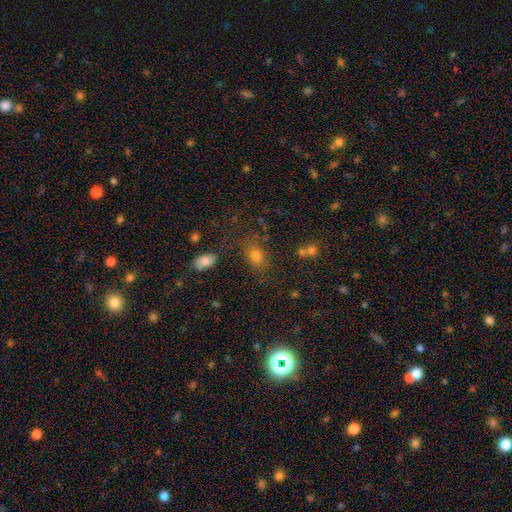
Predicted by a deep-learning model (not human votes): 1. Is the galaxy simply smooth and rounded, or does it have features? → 71% smooth, 19% star or artifact, 10% featured or disk.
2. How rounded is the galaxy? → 66% in between, 32% round, 2% cigar-shaped.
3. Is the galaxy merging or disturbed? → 74% none, 15% minor disturbance, 6% major disturbance, 5% merger.